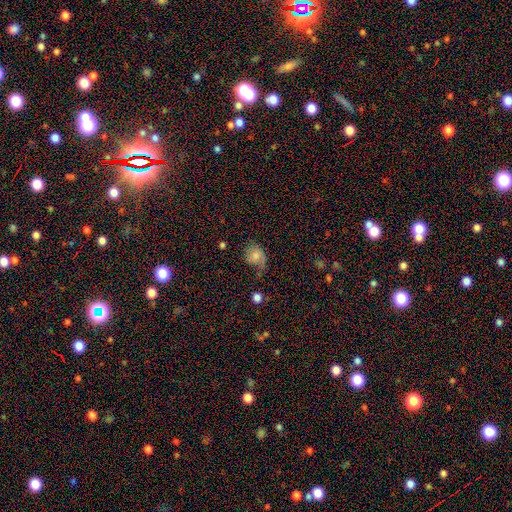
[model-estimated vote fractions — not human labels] Smooth or featured? Predicted: smooth (p=0.69). How rounded? Predicted: round (p=0.54). Merging? Predicted: none (p=0.38).